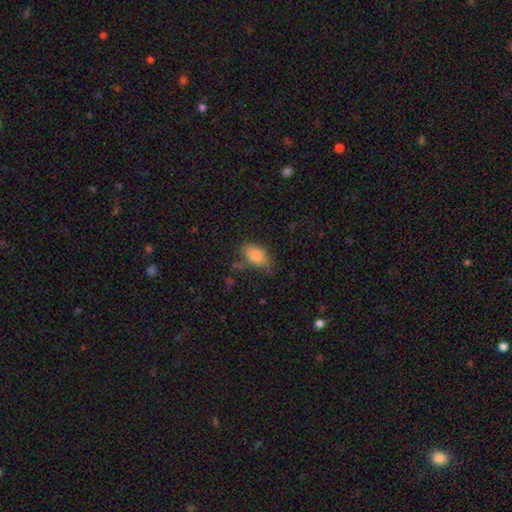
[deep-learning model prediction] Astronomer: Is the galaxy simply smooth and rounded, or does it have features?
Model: smooth — 80%.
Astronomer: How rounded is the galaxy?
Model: in between — 88%.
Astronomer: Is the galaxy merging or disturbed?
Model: none — 55% (runner-up: minor disturbance, 30%).